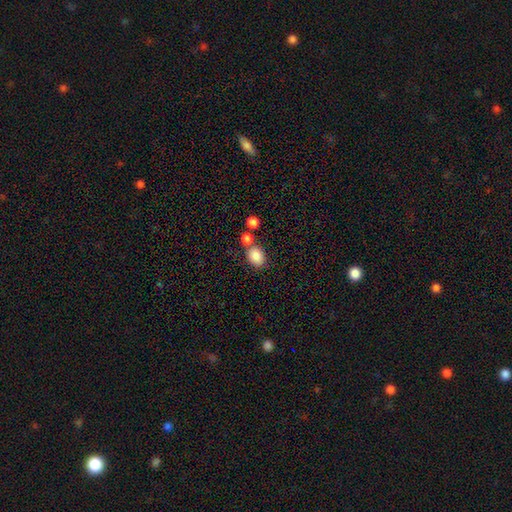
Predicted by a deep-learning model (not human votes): Q: Smooth or featured?
A: smooth (85%); runner-up: star or artifact (9%)
Q: How rounded?
A: in between (62%); runner-up: round (37%)
Q: Merging?
A: none (63%); runner-up: merger (22%)